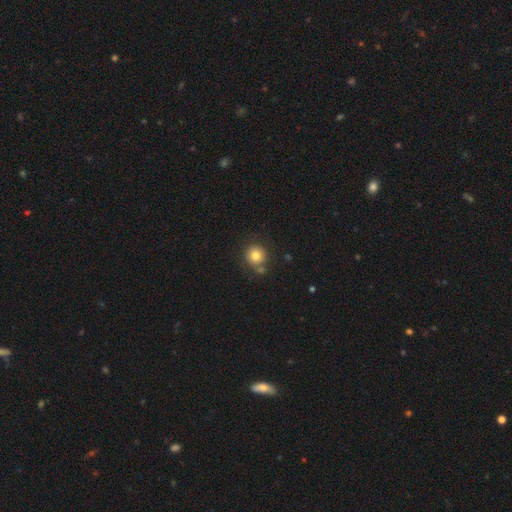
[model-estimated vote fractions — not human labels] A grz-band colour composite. It shows a smooth galaxy with no disk features (80%) that is round (92%). Merging: none (72%).